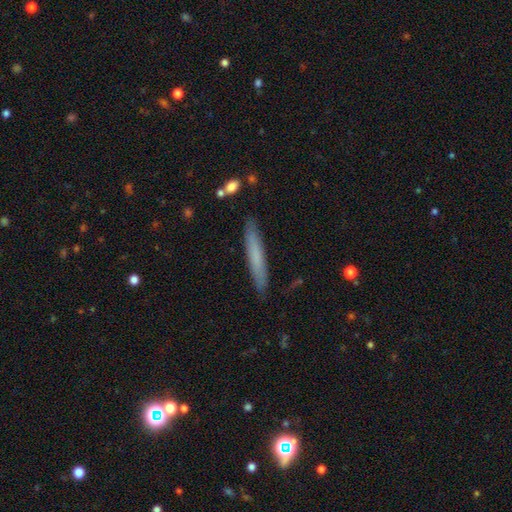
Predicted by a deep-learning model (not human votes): Smooth or featured: smooth — 67% (featured or disk — 26%)
How rounded: cigar-shaped — 95% (in between — 4%)
Merging: none — 89% (minor disturbance — 8%)